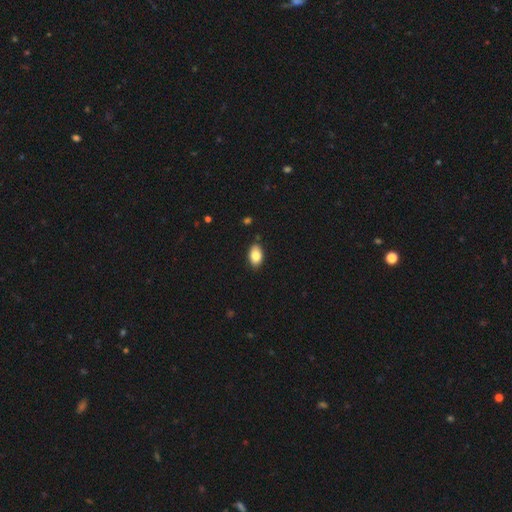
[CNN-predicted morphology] smooth 83%, featured or disk 10%, star or artifact 7%. Down the decision tree: how rounded — in between (91%); merging — none (86%).